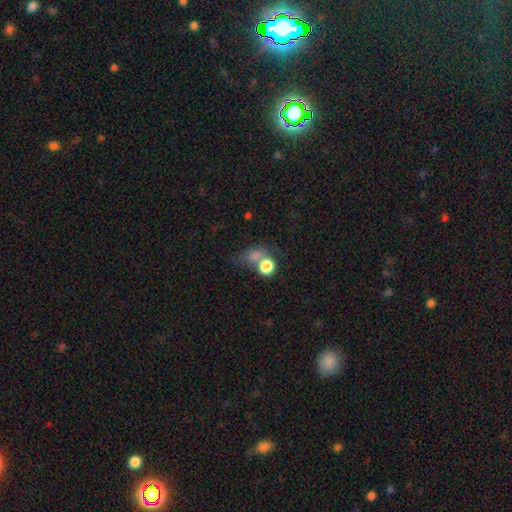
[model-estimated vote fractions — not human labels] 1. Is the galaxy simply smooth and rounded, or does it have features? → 63% smooth, 25% star or artifact, 12% featured or disk.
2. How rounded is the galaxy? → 58% round, 39% in between, 2% cigar-shaped.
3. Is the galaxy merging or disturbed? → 42% none, 29% merger, 15% minor disturbance, 14% major disturbance.